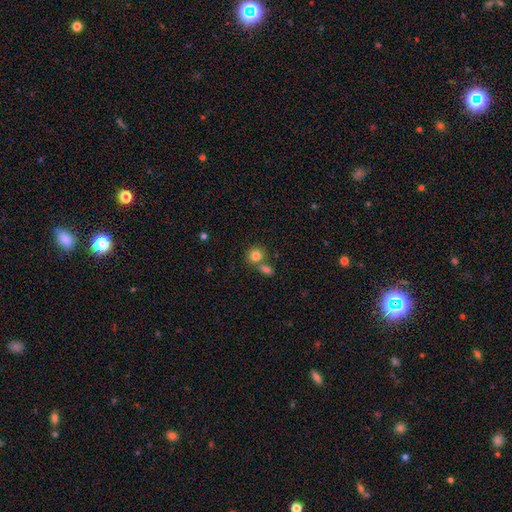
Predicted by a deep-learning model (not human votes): The model was most divided on "merging": none: 57%, merger: 31%, minor disturbance: 9%, major disturbance: 3%. More confident: smooth or featured — smooth (82%); how rounded — round (81%).